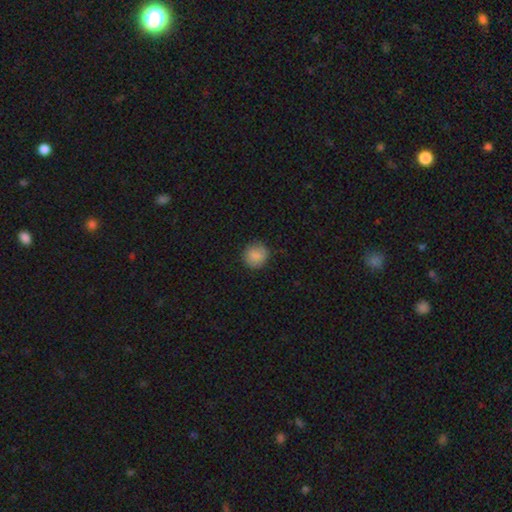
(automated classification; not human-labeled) smooth 87%, star or artifact 8%, featured or disk 5%. Down the decision tree: how rounded — round (91%); merging — none (86%).